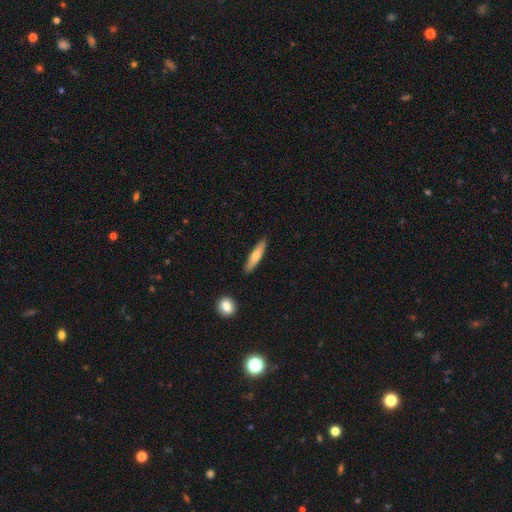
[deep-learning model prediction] Smooth or featured?
  - smooth: 68% *
  - featured or disk: 26%
  - star or artifact: 6%
How rounded?
  - cigar-shaped: 82% *
  - in between: 16%
  - round: 2%
Merging?
  - none: 87% *
  - minor disturbance: 10%
  - merger: 2%
  - major disturbance: 2%